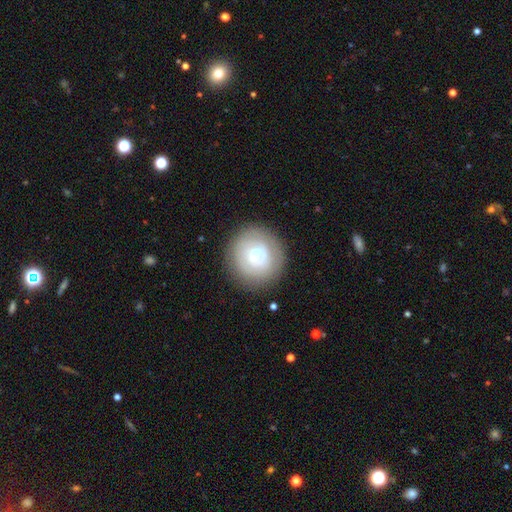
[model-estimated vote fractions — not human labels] smooth 50%, featured or disk 42%, star or artifact 8%. Down the decision tree: how rounded — round (87%); merging — none (78%).